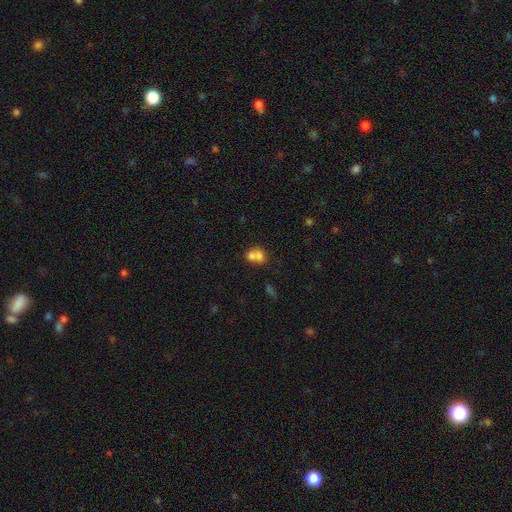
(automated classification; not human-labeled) A smooth galaxy with no disk features (70%) that is round (51%). Merging: merger (68%).